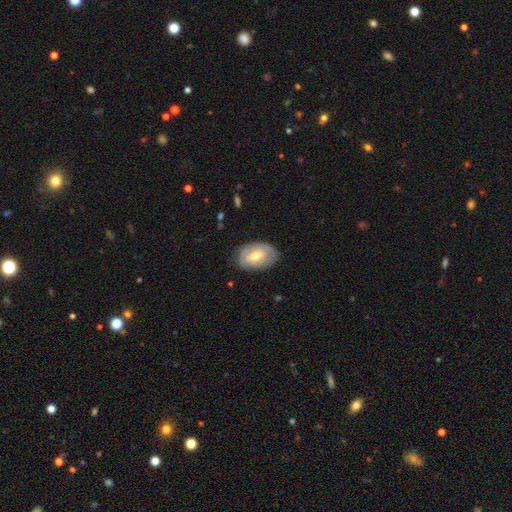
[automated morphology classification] Smooth or featured: featured or disk — 59% (smooth — 35%)
Edge-on disk: no — 93% (yes — 7%)
Bar: no — 43% (tied with weak — 43%)
Spiral arms: yes — 67% (no — 33%)
Bulge size: moderate — 67% (small — 27%)
Merging: none — 76% (minor disturbance — 18%)